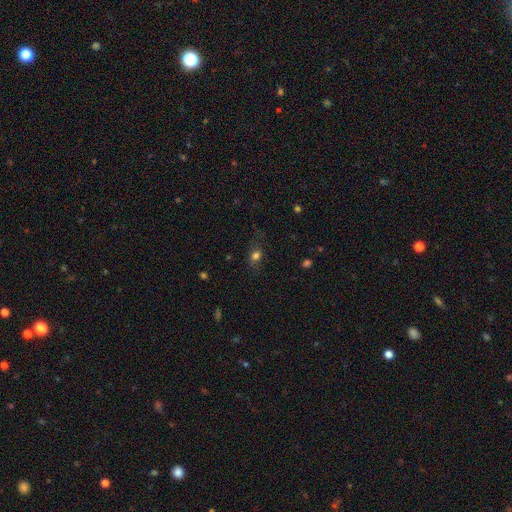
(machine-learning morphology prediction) type=smooth (69%); roundness=in between (59%); merging=none (70%).